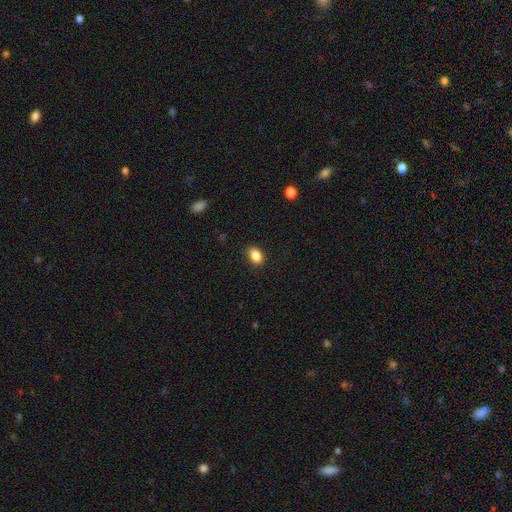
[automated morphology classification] Smooth or featured? smooth (87%)
How rounded? in between (78%)
Merging? none (85%)